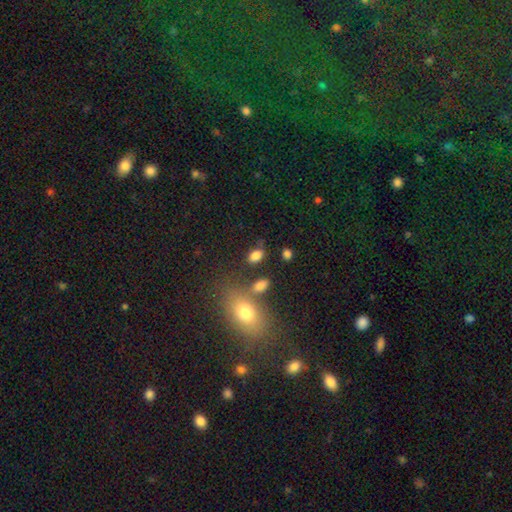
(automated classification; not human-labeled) Overall: smooth (84%). How rounded: in between (87%). Merging: none (70%).